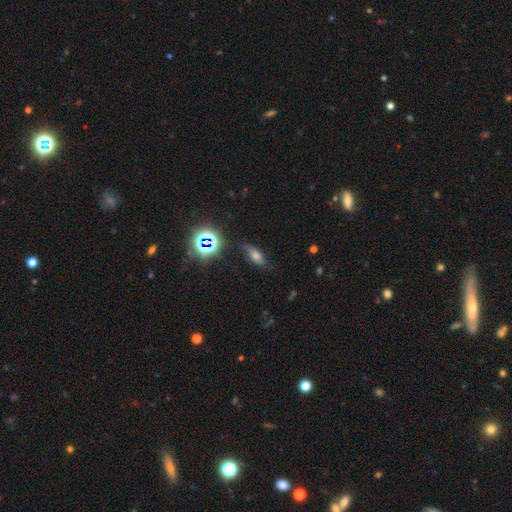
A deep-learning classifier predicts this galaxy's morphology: smooth 52%, star or artifact 28%, featured or disk 21%. Down the decision tree: how rounded — in between (63%); merging — none (77%).